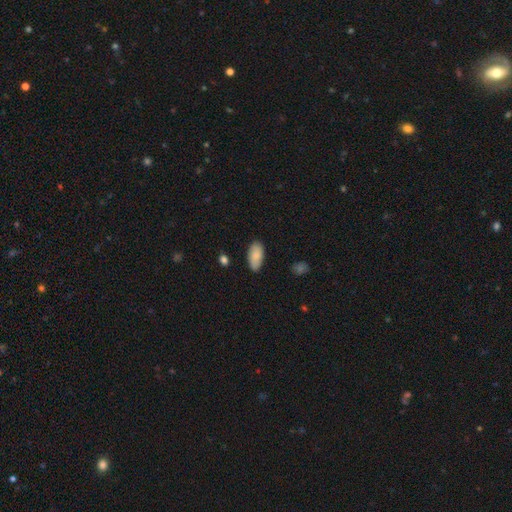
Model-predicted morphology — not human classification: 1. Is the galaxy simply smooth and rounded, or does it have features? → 87% smooth, 7% featured or disk, 6% star or artifact.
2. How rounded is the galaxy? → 94% in between, 4% cigar-shaped, 2% round.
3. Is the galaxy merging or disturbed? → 82% none, 14% minor disturbance, 2% major disturbance, 2% merger.